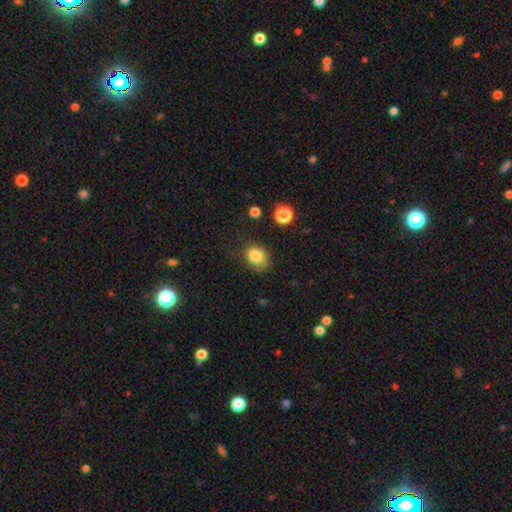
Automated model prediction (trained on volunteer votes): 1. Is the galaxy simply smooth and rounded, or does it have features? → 84% smooth, 10% star or artifact, 6% featured or disk.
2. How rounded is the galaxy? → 56% in between, 43% round, 1% cigar-shaped.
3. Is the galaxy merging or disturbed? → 62% none, 26% minor disturbance, 9% major disturbance, 3% merger.